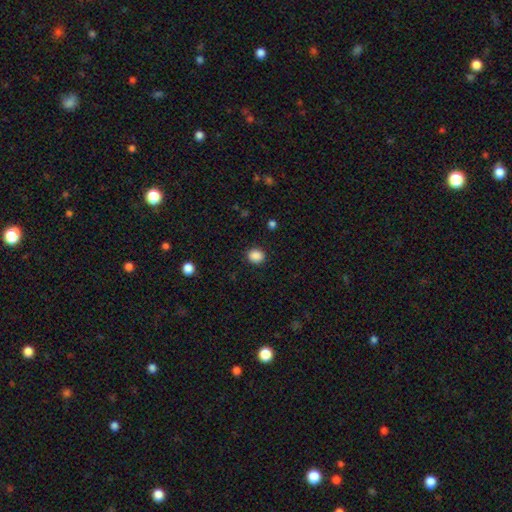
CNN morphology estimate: smooth-or-featured: smooth: 88% | star or artifact: 9% | featured or disk: 2%
  how-rounded: round: 71% | in between: 28% | cigar-shaped: 1%
  merging: none: 90% | minor disturbance: 7% | major disturbance: 2% | merger: 1%